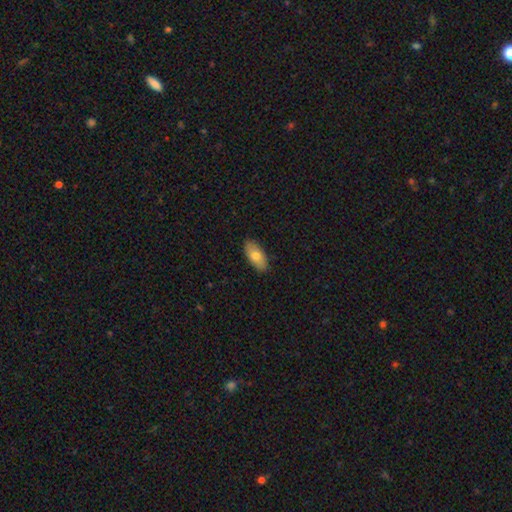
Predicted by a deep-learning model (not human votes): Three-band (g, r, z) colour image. It shows a smooth galaxy with no disk features (77%) that is in between round and cigar-shaped (91%). Merging: none (87%).